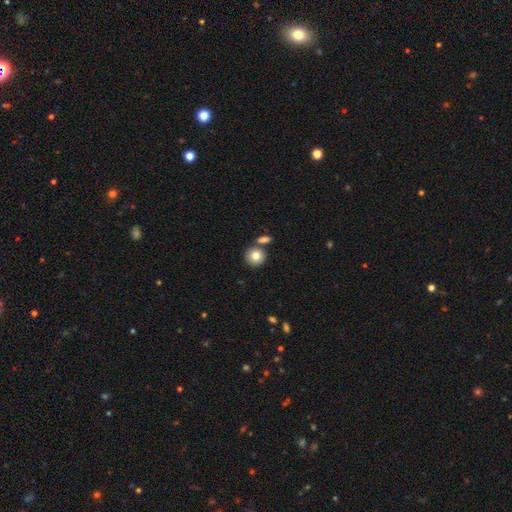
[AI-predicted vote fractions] Overall: smooth (80%). How rounded: round (88%). Merging: none (69%).